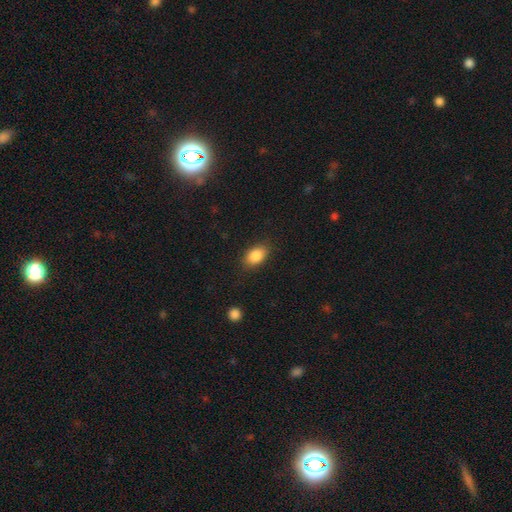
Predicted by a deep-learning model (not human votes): smooth 87%, star or artifact 8%, featured or disk 5%. Down the decision tree: how rounded — in between (87%); merging — none (84%).